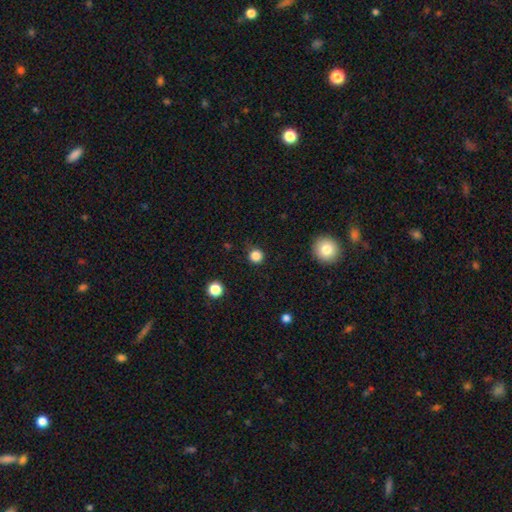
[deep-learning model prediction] Smooth or featured? smooth (84%)
How rounded? round (94%)
Merging? none (86%)